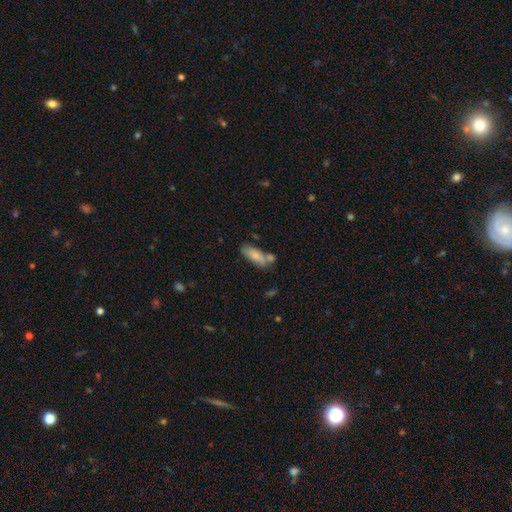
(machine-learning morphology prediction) Smooth or featured?
  - smooth: 77% *
  - featured or disk: 16%
  - star or artifact: 7%
How rounded?
  - in between: 70% *
  - cigar-shaped: 27%
  - round: 2%
Merging?
  - none: 51% *
  - merger: 25%
  - minor disturbance: 19%
  - major disturbance: 6%